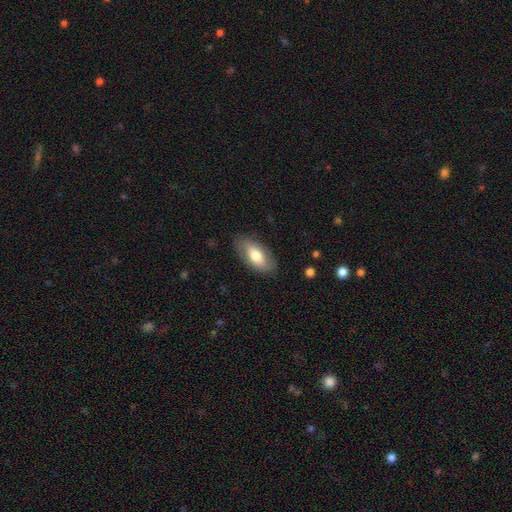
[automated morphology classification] Smooth or featured? smooth (69%)
How rounded? in between (90%)
Merging? none (82%)